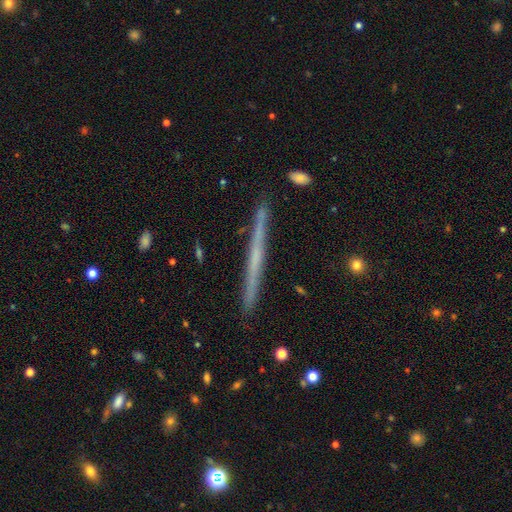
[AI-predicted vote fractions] featured or disk 62%, smooth 31%, star or artifact 7%. Down the decision tree: edge-on disk — yes (98%); edge-on bulge — none (79%); merging — none (91%).